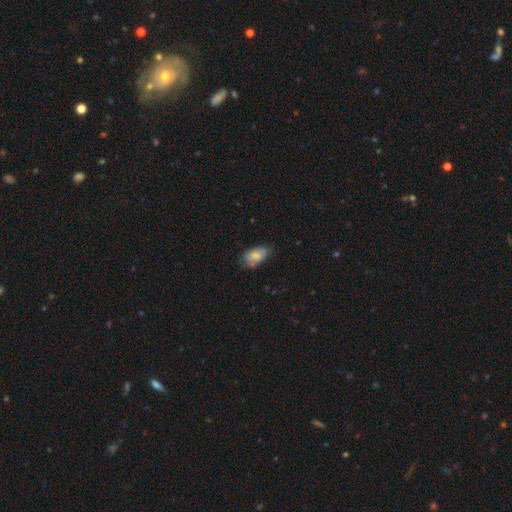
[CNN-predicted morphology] Q: Smooth or featured?
A: smooth (75%); runner-up: featured or disk (17%)
Q: How rounded?
A: in between (92%); runner-up: round (4%)
Q: Merging?
A: none (60%); runner-up: minor disturbance (28%)